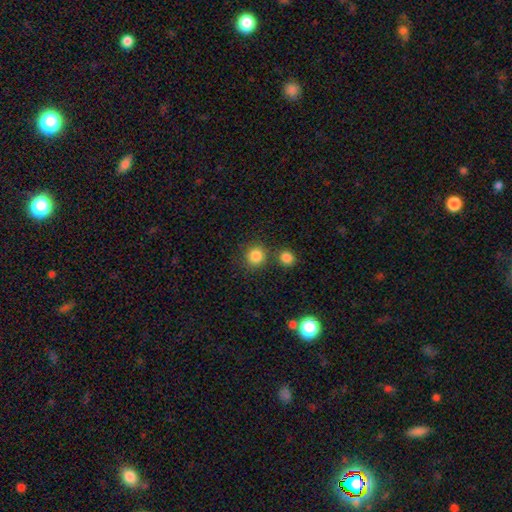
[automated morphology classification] type=smooth (84%); roundness=round (89%); merging=none (75%).